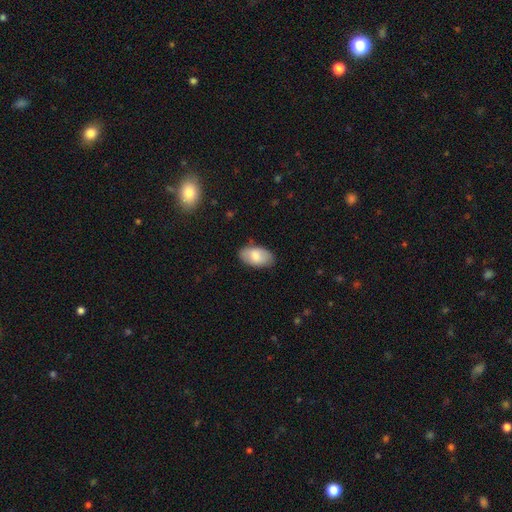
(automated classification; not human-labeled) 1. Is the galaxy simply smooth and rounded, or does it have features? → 76% smooth, 18% featured or disk, 6% star or artifact.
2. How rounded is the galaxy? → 95% in between, 4% round, 2% cigar-shaped.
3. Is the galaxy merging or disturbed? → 80% none, 15% minor disturbance, 3% major disturbance, 1% merger.